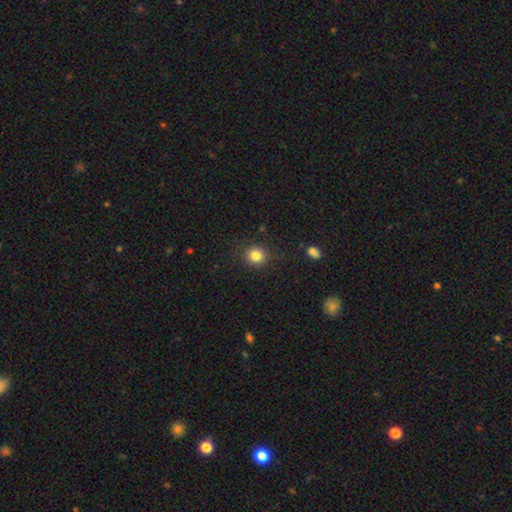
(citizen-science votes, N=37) Morphology: type=smooth (84%); roundness=round (90%); merging=none (94%).